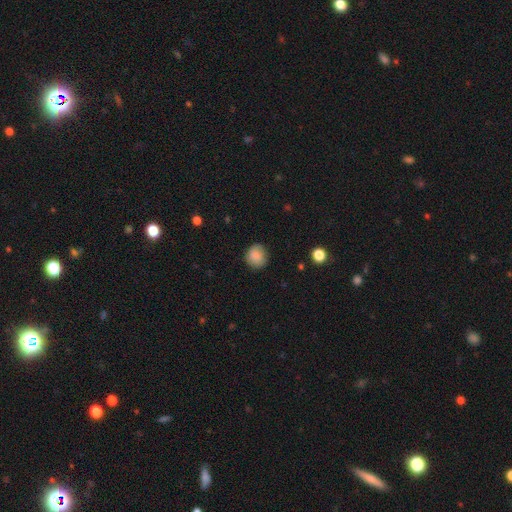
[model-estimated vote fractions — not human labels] A smooth galaxy with no disk features (85%) that is round (86%). Merging: none (83%).